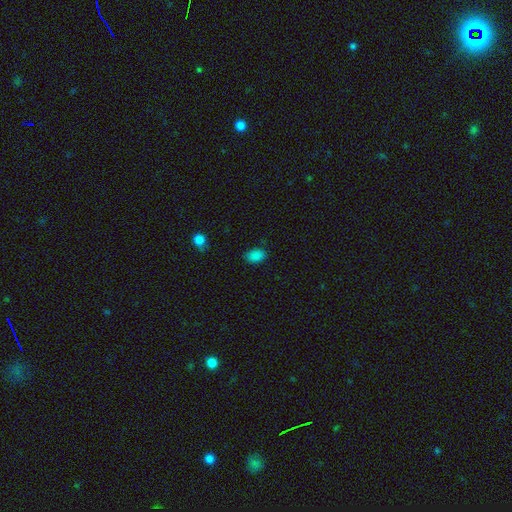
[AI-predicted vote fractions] The model was most divided on "how rounded": in between: 82%, round: 17%, cigar-shaped: 1%. More confident: smooth or featured — smooth (85%); merging — none (84%).